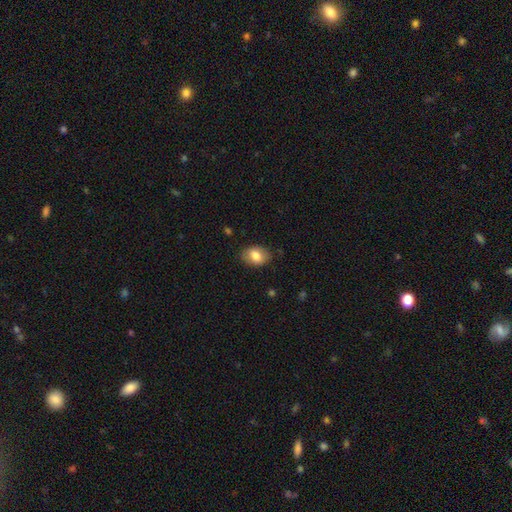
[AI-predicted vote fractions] Smooth or featured: smooth — 79% (featured or disk — 14%)
How rounded: in between — 78% (round — 21%)
Merging: none — 81% (minor disturbance — 14%)